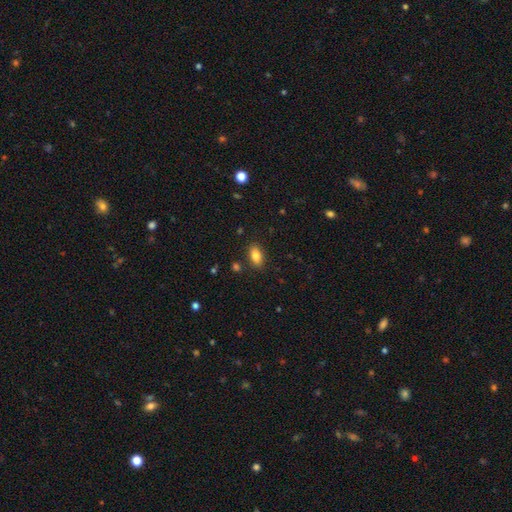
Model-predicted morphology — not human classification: Smooth or featured? smooth (84%)
How rounded? in between (90%)
Merging? none (86%)